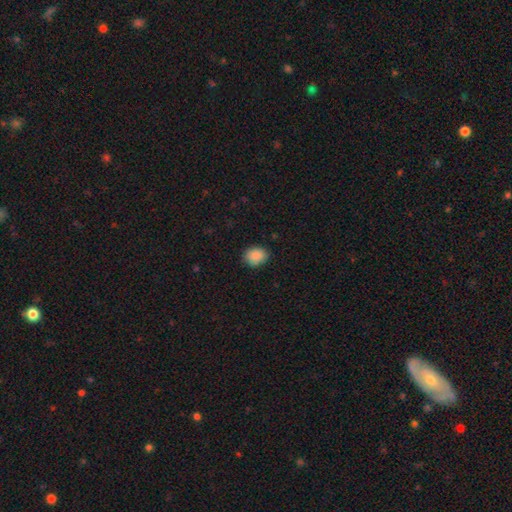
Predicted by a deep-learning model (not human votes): Morphology: type=smooth (89%); roundness=round (51%); merging=none (84%).